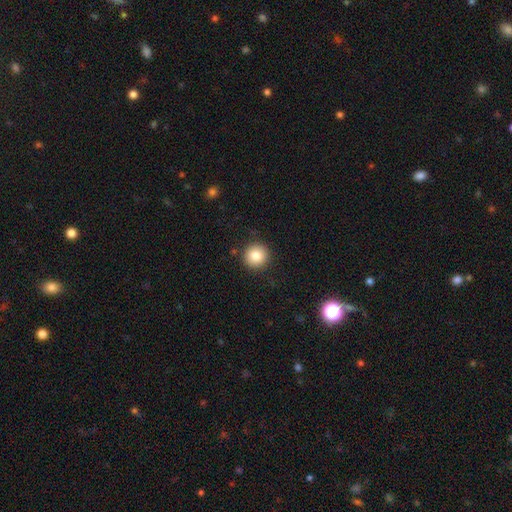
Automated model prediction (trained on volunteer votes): smooth_or_featured: smooth (p=0.83) [alt: star or artifact p=0.09]
how_rounded: round (p=0.94) [alt: in between p=0.05]
merging: none (p=0.90) [alt: minor disturbance p=0.06]